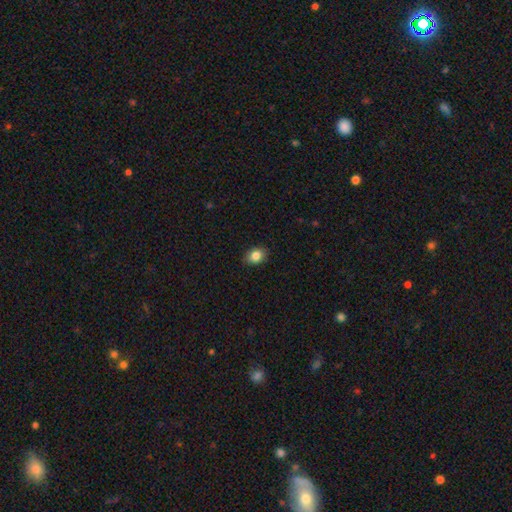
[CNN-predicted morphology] Smooth or featured?
  - smooth: 85% *
  - star or artifact: 9%
  - featured or disk: 7%
How rounded?
  - in between: 71% *
  - round: 28%
  - cigar-shaped: 1%
Merging?
  - none: 87% *
  - minor disturbance: 10%
  - major disturbance: 2%
  - merger: 1%